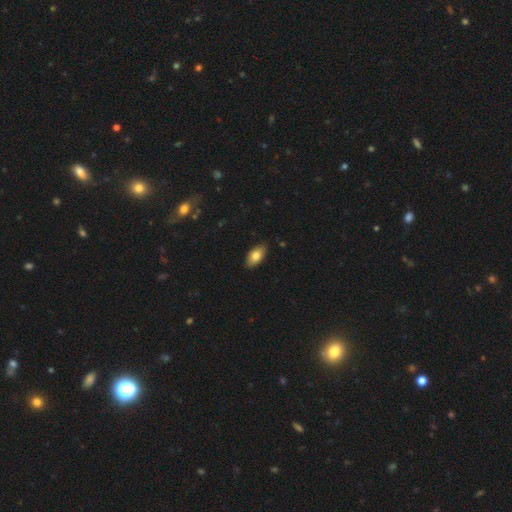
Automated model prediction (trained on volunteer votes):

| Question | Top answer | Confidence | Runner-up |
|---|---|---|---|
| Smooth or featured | smooth | 79% | featured or disk (15%) |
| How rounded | in between | 92% | cigar-shaped (4%) |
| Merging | none | 88% | minor disturbance (10%) |